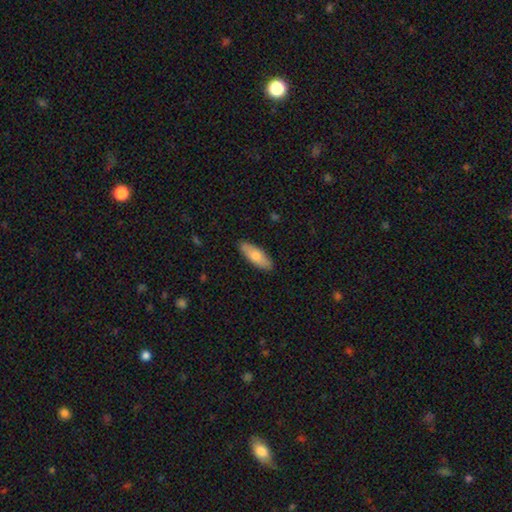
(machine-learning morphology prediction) smooth-or-featured: smooth: 75% | featured or disk: 20% | star or artifact: 5%
  how-rounded: in between: 62% | cigar-shaped: 36% | round: 2%
  merging: none: 90% | minor disturbance: 8% | major disturbance: 2% | merger: 1%